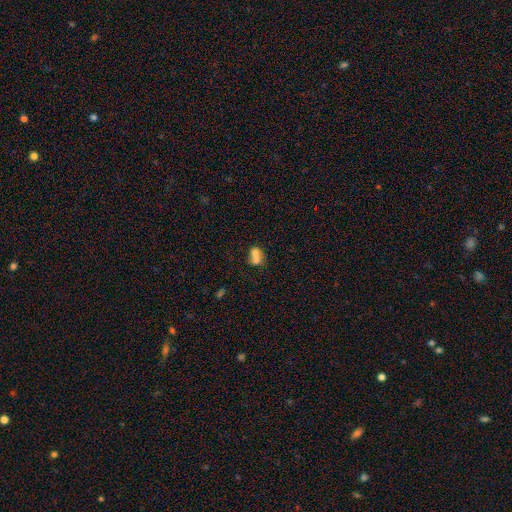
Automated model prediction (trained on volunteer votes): smooth 67%, featured or disk 23%, star or artifact 10%. Down the decision tree: how rounded — round (56%); merging — merger (69%).